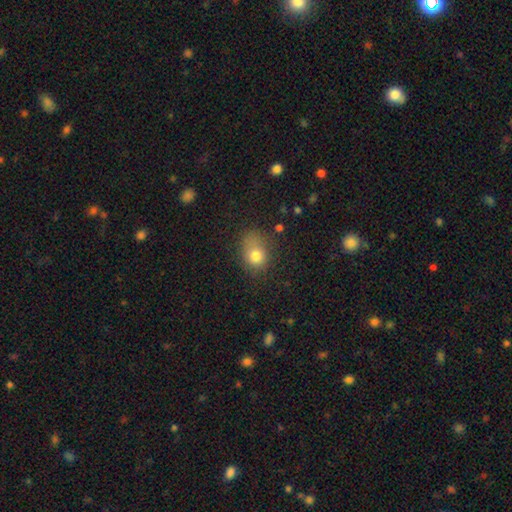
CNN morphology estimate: The model was most divided on "how rounded": in between: 54%, round: 45%, cigar-shaped: 1%. Remaining: smooth or featured — smooth (78%); merging — none (49%).